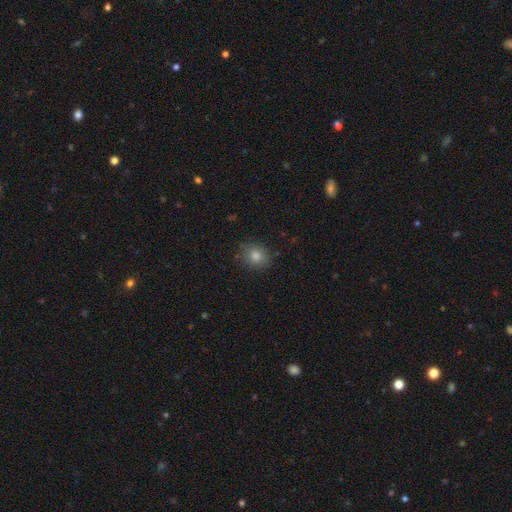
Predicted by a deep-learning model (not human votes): Morphology: type=smooth (79%); roundness=round (74%); merging=none (88%).